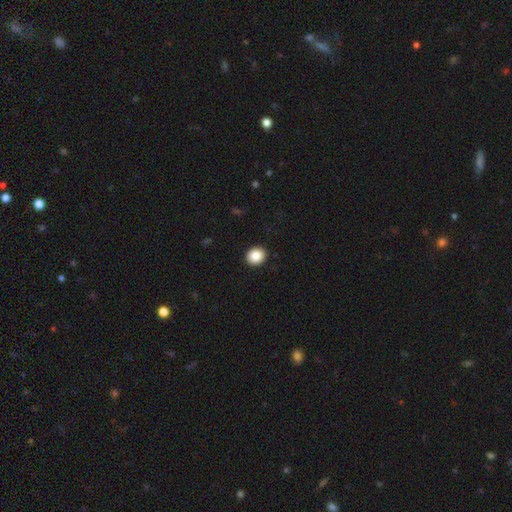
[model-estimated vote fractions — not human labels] This is clearly a smooth galaxy (87%). How rounded: likely round (78%). Merging: clearly none (92%).